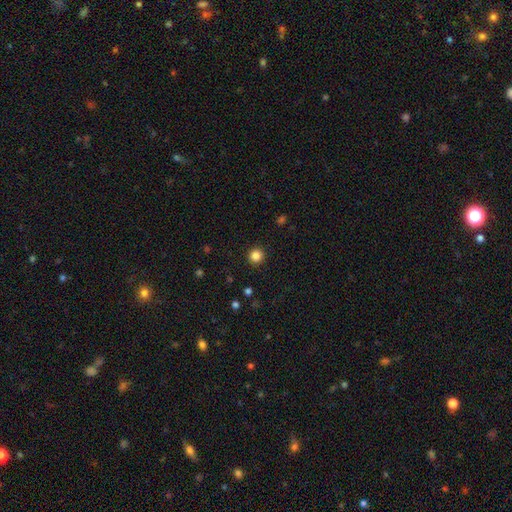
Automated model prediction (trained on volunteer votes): A smooth galaxy with no disk features (85%) that is round (94%).

Vote fractions:
- Smooth or featured? smooth: 85% / star or artifact: 11% / featured or disk: 3%
- How rounded? round: 94% / in between: 5% / cigar-shaped: 1%
- Merging? none: 92% / minor disturbance: 5% / major disturbance: 2% / merger: 1%